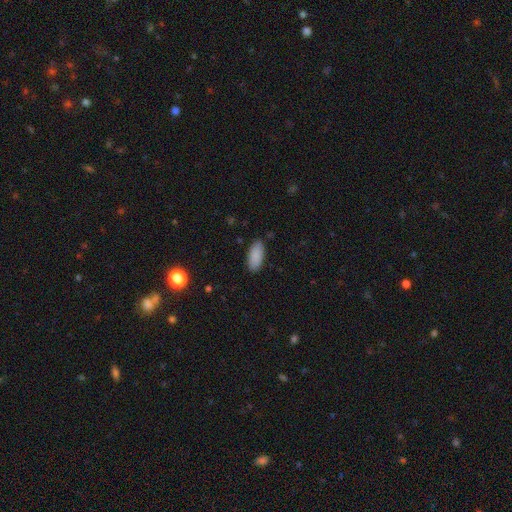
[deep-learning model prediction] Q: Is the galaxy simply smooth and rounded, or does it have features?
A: smooth — 89%.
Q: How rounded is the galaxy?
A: in between — 89%.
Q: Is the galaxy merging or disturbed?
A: none — 87%.